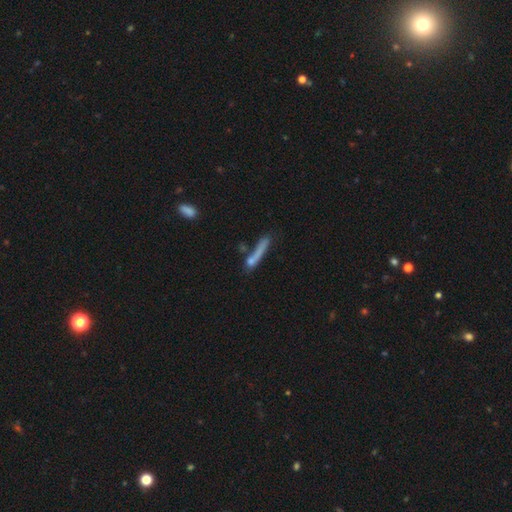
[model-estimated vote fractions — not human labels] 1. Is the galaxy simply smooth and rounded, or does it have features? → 61% smooth, 28% featured or disk, 11% star or artifact.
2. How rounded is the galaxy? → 89% cigar-shaped, 8% in between, 3% round.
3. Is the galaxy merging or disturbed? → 50% none, 21% merger, 17% minor disturbance, 12% major disturbance.